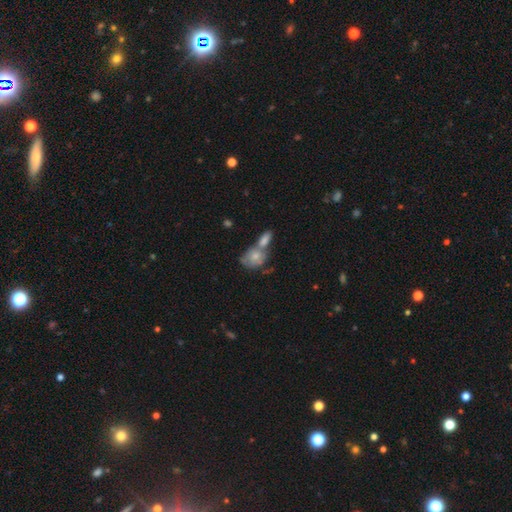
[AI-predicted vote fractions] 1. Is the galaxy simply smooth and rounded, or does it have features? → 66% smooth, 26% featured or disk, 8% star or artifact.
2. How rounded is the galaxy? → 58% in between, 40% round, 3% cigar-shaped.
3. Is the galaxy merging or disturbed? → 55% merger, 26% none, 13% minor disturbance, 6% major disturbance.